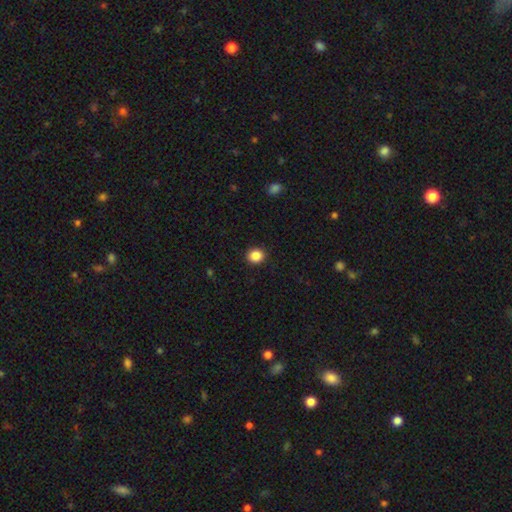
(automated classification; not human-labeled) This appears to be a smooth galaxy with no disk features (87%) that is round (82%). Merging: none (92%).